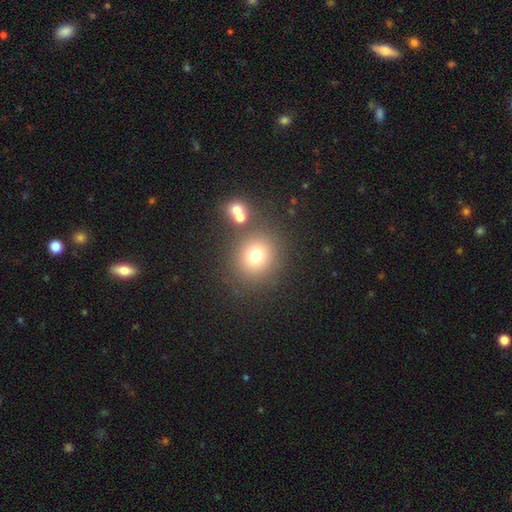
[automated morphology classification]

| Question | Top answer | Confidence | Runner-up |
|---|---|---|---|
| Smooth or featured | smooth | 72% | star or artifact (16%) |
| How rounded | round | 86% | in between (13%) |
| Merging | none | 75% | merger (12%) |